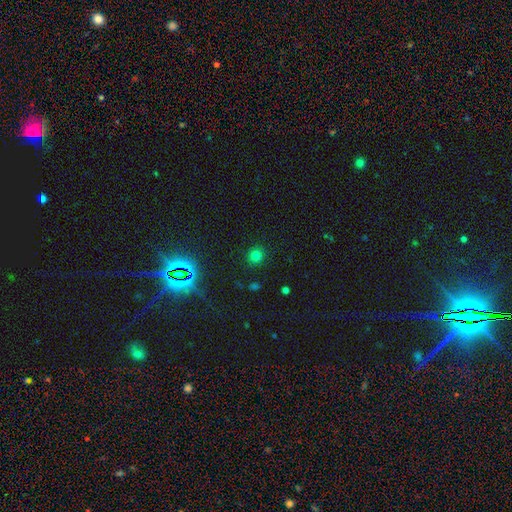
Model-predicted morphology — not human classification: smooth-or-featured: smooth: 75% | star or artifact: 19% | featured or disk: 5%
  how-rounded: round: 90% | in between: 9% | cigar-shaped: 1%
  merging: none: 90% | minor disturbance: 6% | major disturbance: 2% | merger: 1%